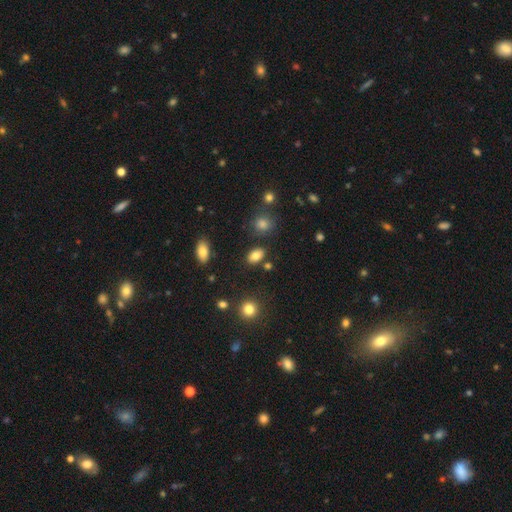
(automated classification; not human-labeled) This appears to be a smooth galaxy with no disk features (82%) that is in between round and cigar-shaped (86%). Merging: none (82%).